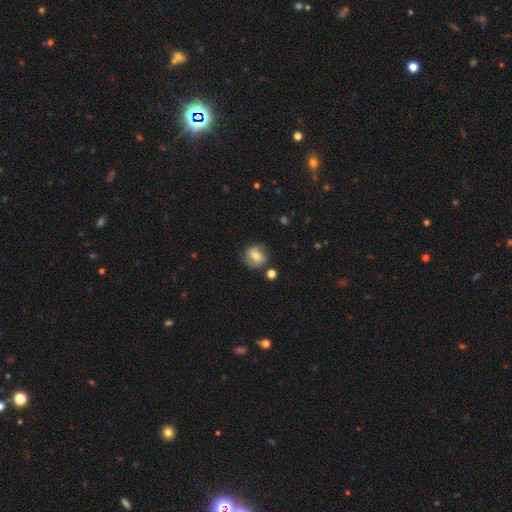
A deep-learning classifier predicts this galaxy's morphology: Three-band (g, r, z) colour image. It shows a smooth galaxy with no disk features (53%) that is round (77%). Merging: none (72%).